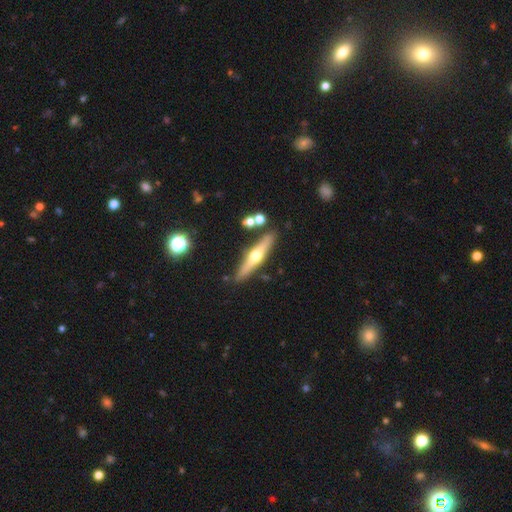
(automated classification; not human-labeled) featured or disk 66%, smooth 28%, star or artifact 6%. Down the decision tree: edge-on disk — yes (95%); edge-on bulge — rounded (95%); merging — none (85%).